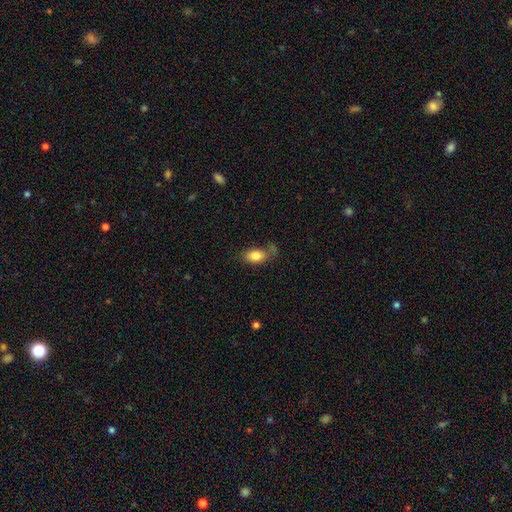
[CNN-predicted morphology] The model was most divided on "merging": none: 62%, minor disturbance: 18%, merger: 13%, major disturbance: 7%. More confident: how rounded — in between (90%); smooth or featured — smooth (83%).